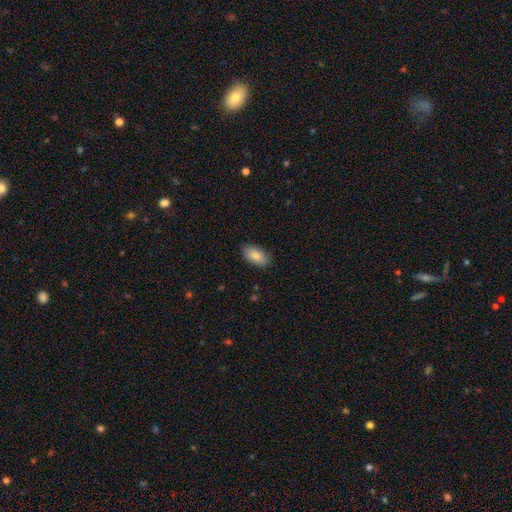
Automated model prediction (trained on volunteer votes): Smooth or featured: smooth — 85% (featured or disk — 9%)
How rounded: in between — 93% (round — 3%)
Merging: none — 86% (minor disturbance — 11%)